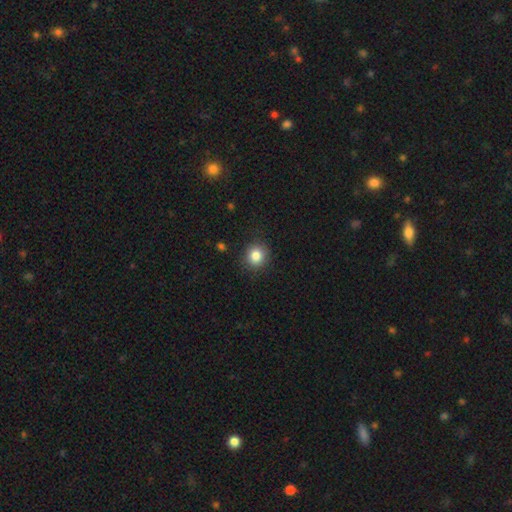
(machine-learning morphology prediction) A smooth galaxy with no disk features (84%) that is round (88%). Merging: none (88%).